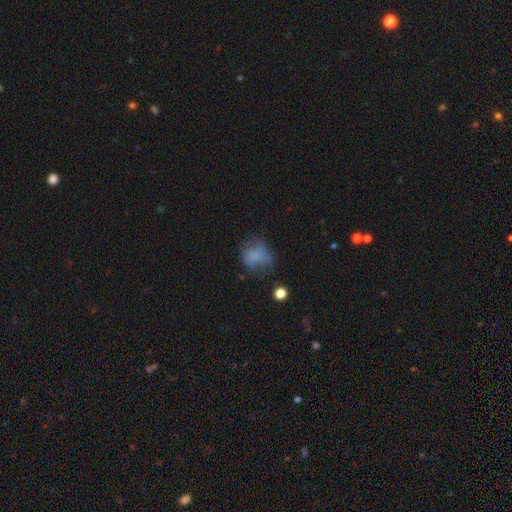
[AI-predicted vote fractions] This appears to be a smooth galaxy with no disk features (67%) that is round (57%). Merging: none (42%).